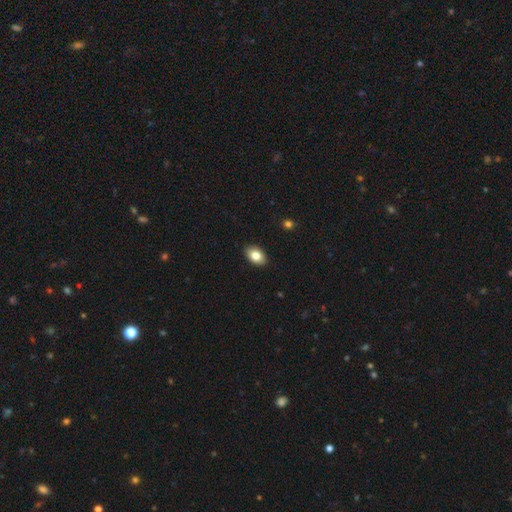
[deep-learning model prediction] This appears to be a smooth galaxy with no disk features (82%) that is in between round and cigar-shaped (89%). Merging: none (90%).